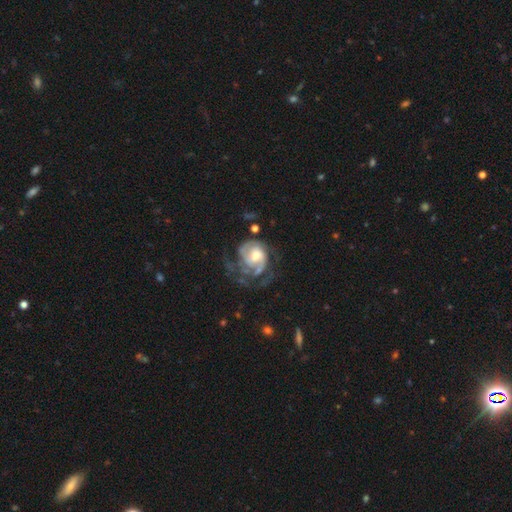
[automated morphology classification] A featured or disk galaxy (81%) with no bar (58%), 2 (35%) tight (47%) spiral arms (91%) and a moderate central bulge (60%).

Vote fractions:
- Smooth or featured? featured or disk: 81% / smooth: 14% / star or artifact: 6%
- Edge-on disk? no: 98% / yes: 2%
- Bar? no: 58% / weak: 34% / strong: 7%
- Spiral arms? yes: 91% / no: 9%
- Spiral winding? tight: 47% / medium: 37% / loose: 16%
- Spiral arm count? 2: 35% / can't tell: 29% / 3: 18% / 1: 10% / 4: 5% / more than 4: 4%
- Bulge size? moderate: 60% / small: 21% / large: 15% / none: 3% / dominant: 1%
- Merging? none: 40% / major disturbance: 34% / minor disturbance: 21% / merger: 4%